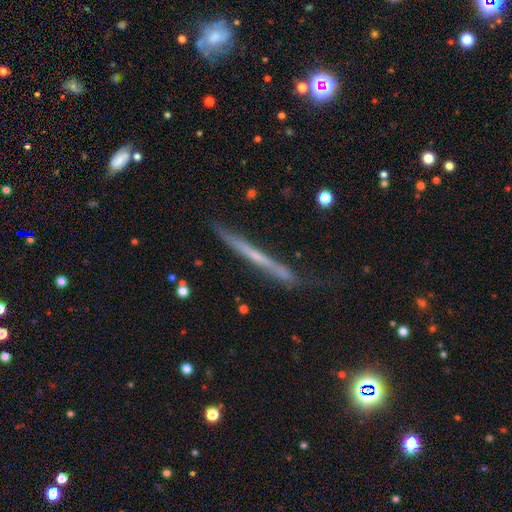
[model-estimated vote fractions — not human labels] Morphology: type=featured or disk (59%); edge-on=yes (95%); edge-on bulge=none (82%); merging=none (73%).